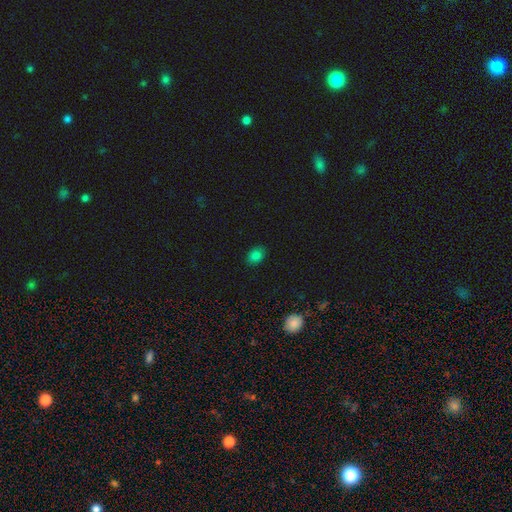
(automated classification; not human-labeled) Q: Smooth or featured?
A: smooth (81%); runner-up: star or artifact (14%)
Q: How rounded?
A: in between (68%); runner-up: round (31%)
Q: Merging?
A: none (86%); runner-up: minor disturbance (10%)